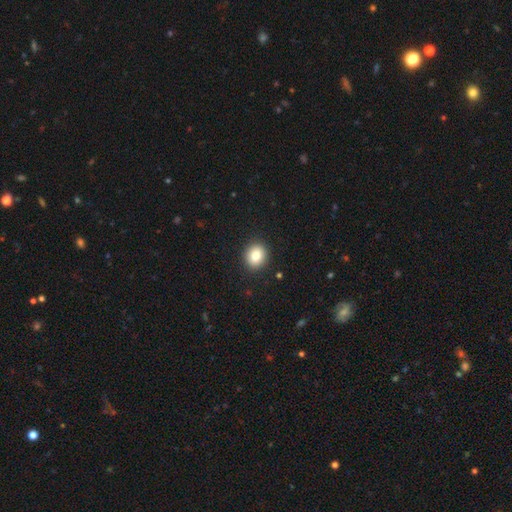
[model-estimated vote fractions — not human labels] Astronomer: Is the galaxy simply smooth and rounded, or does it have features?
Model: smooth — 82%.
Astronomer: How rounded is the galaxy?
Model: round — 74%.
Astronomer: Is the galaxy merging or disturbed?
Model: none — 91%.